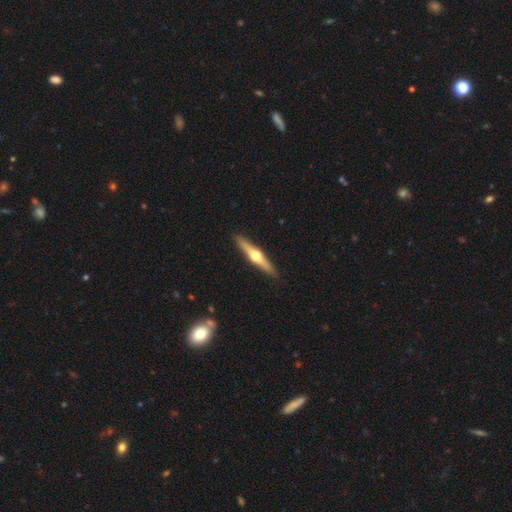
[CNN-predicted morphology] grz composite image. It shows a featured or disk galaxy (71%) viewed edge-on (97%) with a rounded central bulge (96%). Merging: none (92%).